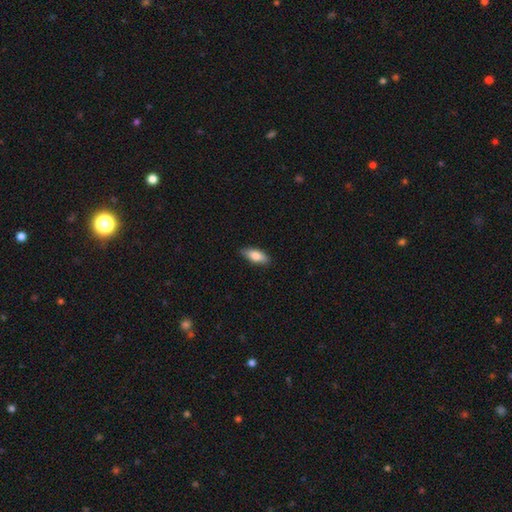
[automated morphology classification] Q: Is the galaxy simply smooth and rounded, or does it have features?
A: smooth — 80%.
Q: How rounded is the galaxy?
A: in between — 79%.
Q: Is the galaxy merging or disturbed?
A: none — 85%.